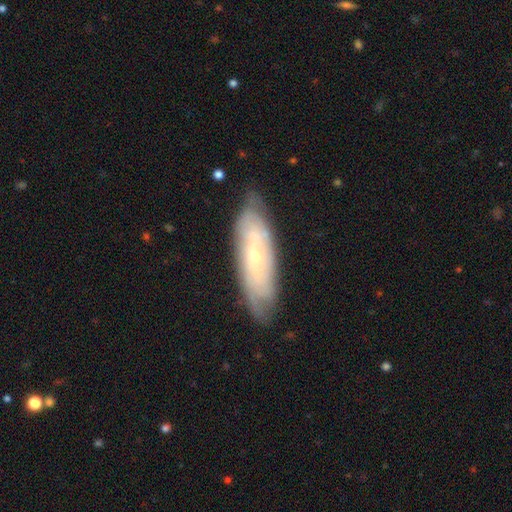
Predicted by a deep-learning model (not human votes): Morphology: type=featured or disk (63%); edge-on=no (76%); merging=none (76%).